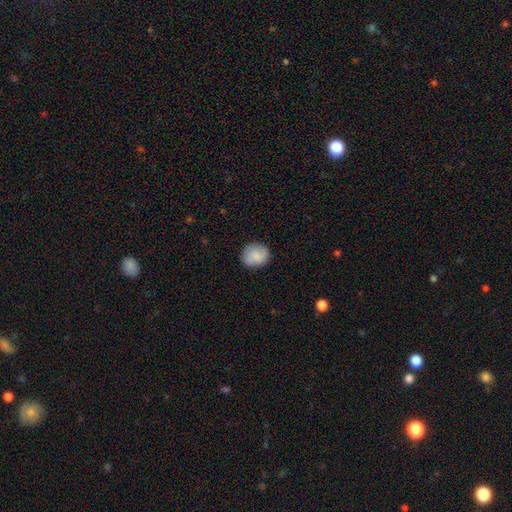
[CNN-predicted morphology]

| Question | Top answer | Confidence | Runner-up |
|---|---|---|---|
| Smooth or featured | smooth | 85% | featured or disk (9%) |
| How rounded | round | 78% | in between (21%) |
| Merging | none | 82% | minor disturbance (14%) |